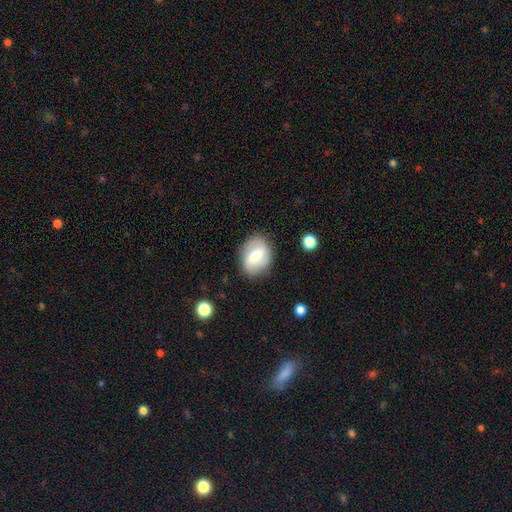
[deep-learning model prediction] Smooth or featured: smooth — 48% (featured or disk — 45%)
Merging: none — 80% (minor disturbance — 14%)